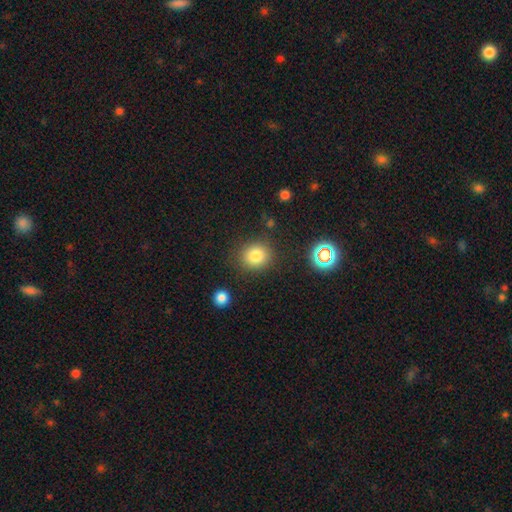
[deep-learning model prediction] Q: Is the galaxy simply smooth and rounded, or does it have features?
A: smooth — 82%.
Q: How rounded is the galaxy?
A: round — 83%.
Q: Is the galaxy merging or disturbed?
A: none — 84%.